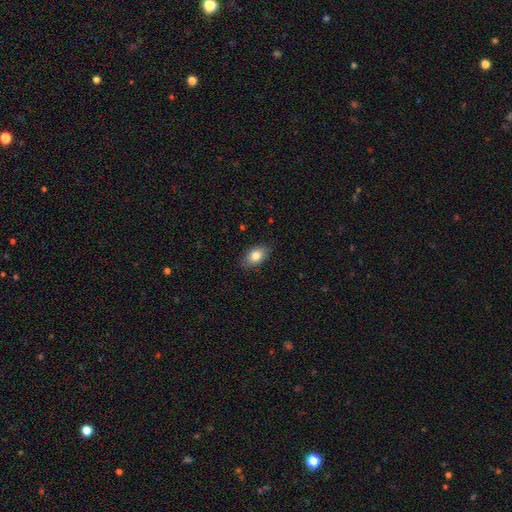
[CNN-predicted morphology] Overall: smooth (82%). How rounded: in between (84%). Merging: none (86%).